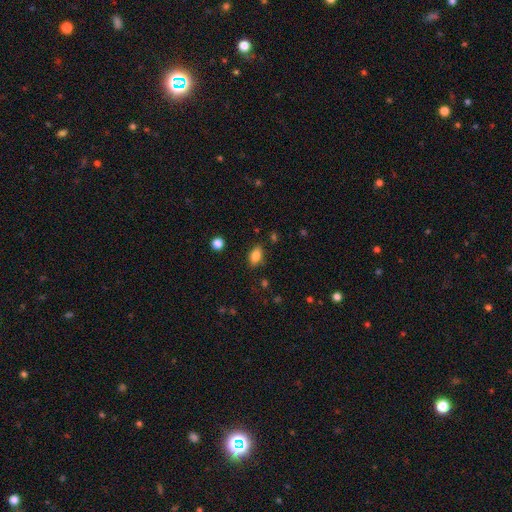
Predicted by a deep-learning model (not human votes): A smooth galaxy with no disk features (84%) that is in between round and cigar-shaped (88%).

Vote fractions:
- Smooth or featured? smooth: 84% / star or artifact: 9% / featured or disk: 7%
- How rounded? in between: 88% / round: 9% / cigar-shaped: 4%
- Merging? none: 82% / minor disturbance: 13% / major disturbance: 3% / merger: 2%